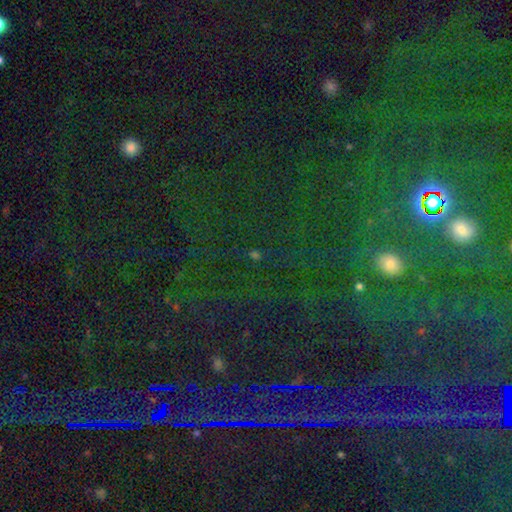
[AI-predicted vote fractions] smooth_or_featured: star or artifact (p=0.73) [alt: smooth p=0.17]